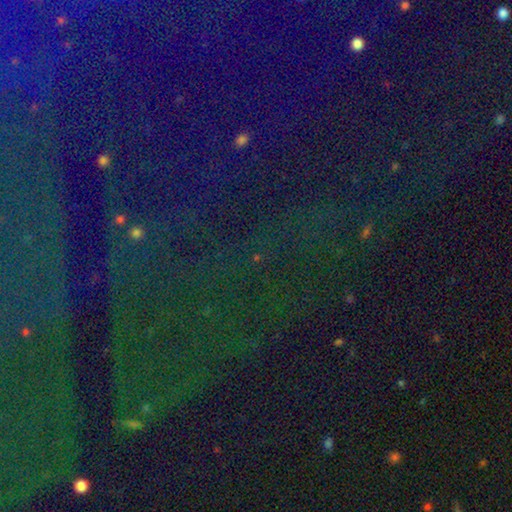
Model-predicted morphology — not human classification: star or artifact 82%, smooth 10%, featured or disk 8%.